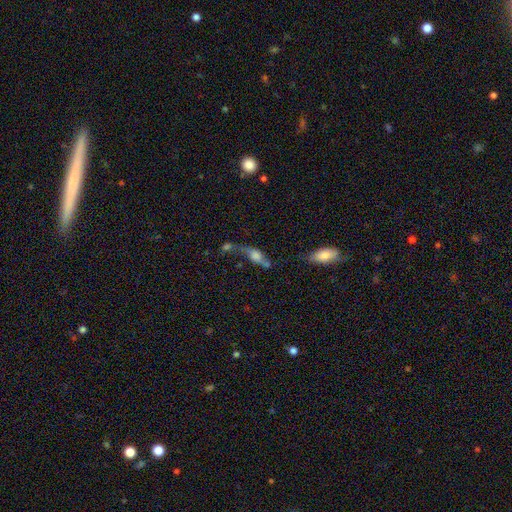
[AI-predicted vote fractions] This is possibly a smooth galaxy (45%). Merging: marginally merger (33%).